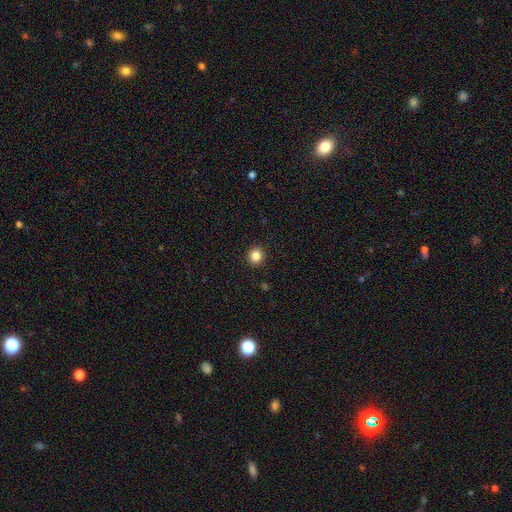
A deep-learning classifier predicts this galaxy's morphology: A smooth galaxy with no disk features (84%) that is round (93%).

Vote fractions:
- Smooth or featured? smooth: 84% / star or artifact: 11% / featured or disk: 4%
- How rounded? round: 93% / in between: 6% / cigar-shaped: 1%
- Merging? none: 93% / minor disturbance: 5% / major disturbance: 2% / merger: 1%